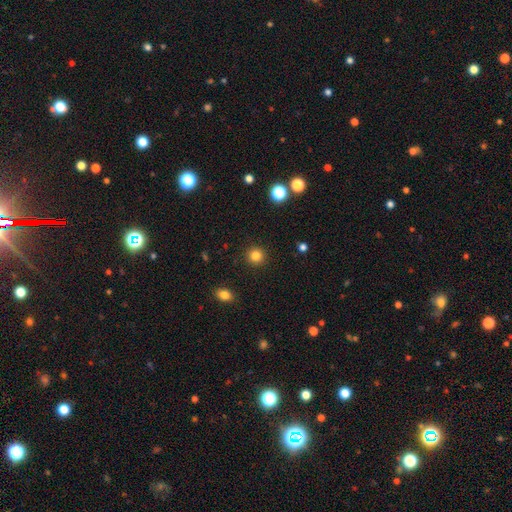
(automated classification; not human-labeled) Smooth or featured: smooth — 83% (star or artifact — 12%)
How rounded: round — 93% (in between — 6%)
Merging: none — 92% (minor disturbance — 5%)